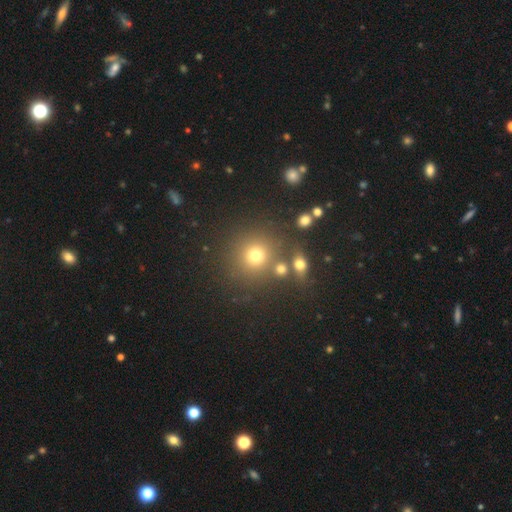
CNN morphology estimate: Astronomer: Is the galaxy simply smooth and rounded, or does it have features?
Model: smooth — 72%.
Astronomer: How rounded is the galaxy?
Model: round — 90%.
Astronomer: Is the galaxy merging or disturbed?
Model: none — 74%.